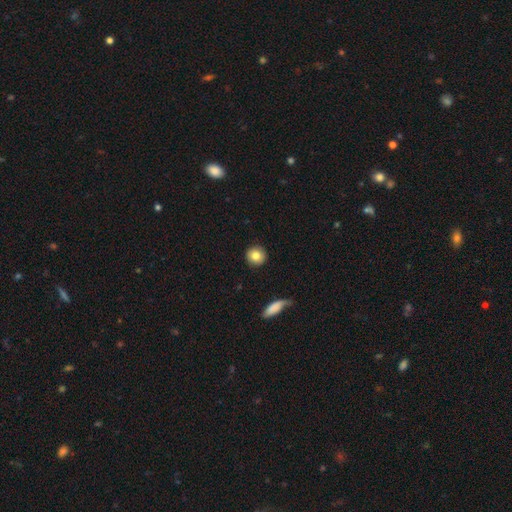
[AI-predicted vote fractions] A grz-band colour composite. It shows a smooth galaxy with no disk features (82%) that is round (91%). Merging: none (89%).